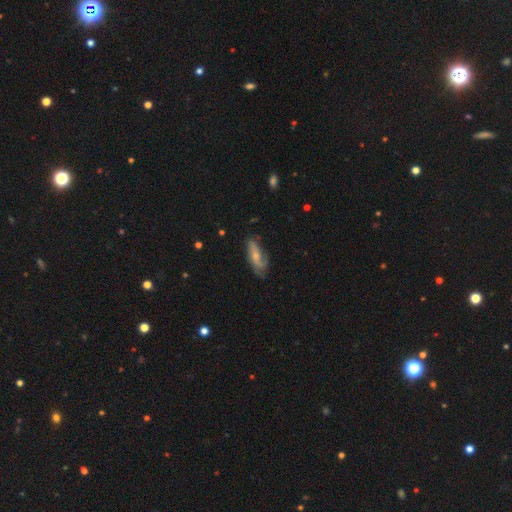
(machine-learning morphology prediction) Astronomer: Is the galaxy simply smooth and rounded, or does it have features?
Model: featured or disk — 51% (runner-up: smooth, 42%).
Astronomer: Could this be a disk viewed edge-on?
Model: no — 79%.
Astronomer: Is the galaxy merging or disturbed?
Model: none — 58%.